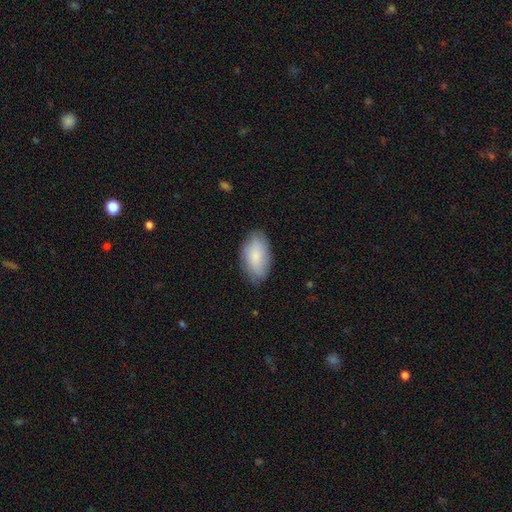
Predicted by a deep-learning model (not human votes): Overall: smooth (78%). How rounded: in between (94%). Merging: none (80%).